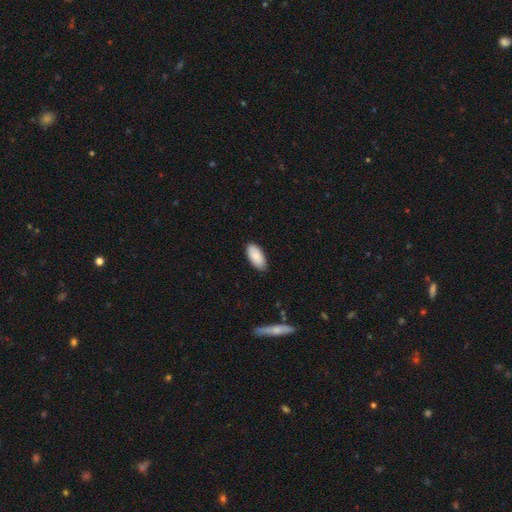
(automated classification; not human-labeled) smooth_or_featured: smooth (p=0.87) [alt: featured or disk p=0.07]
how_rounded: in between (p=0.93) [alt: cigar-shaped p=0.05]
merging: none (p=0.85) [alt: minor disturbance p=0.12]